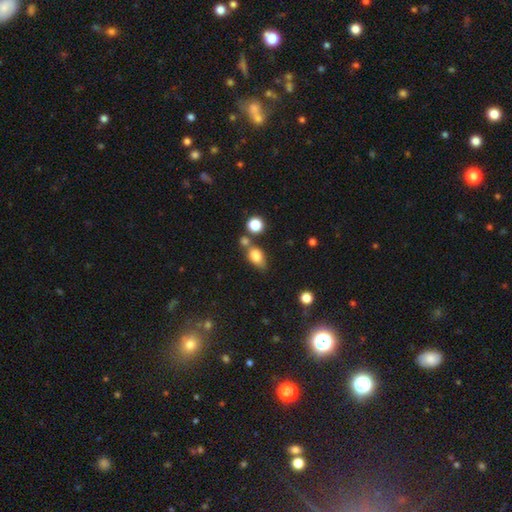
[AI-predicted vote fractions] Overall: smooth (80%). How rounded: in between (78%). Merging: none (49%; merger 25%).